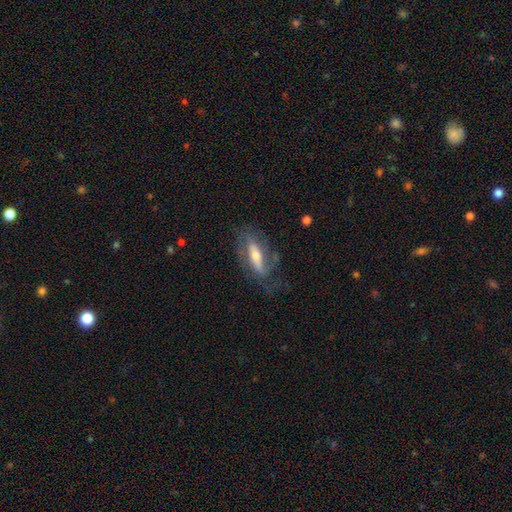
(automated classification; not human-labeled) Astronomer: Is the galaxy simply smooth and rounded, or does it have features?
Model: featured or disk — 70%.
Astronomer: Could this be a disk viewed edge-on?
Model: no — 73%.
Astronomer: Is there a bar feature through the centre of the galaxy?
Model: strong — 47% (runner-up: weak, 28%).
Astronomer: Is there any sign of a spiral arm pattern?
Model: yes — 78%.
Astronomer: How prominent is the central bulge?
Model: moderate — 54% (runner-up: small, 33%).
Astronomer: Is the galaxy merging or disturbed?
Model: none — 59%.